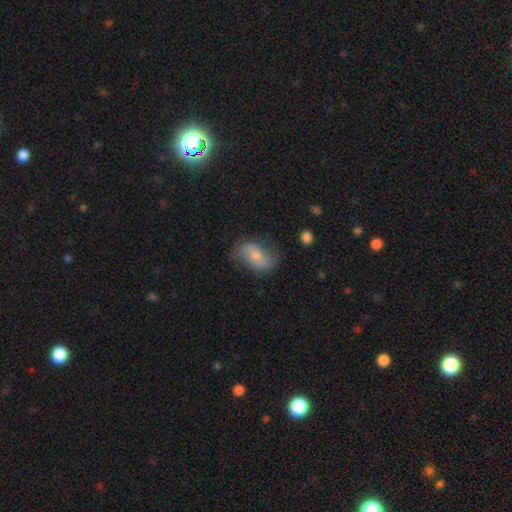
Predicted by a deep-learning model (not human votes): Q: Smooth or featured?
A: smooth (47%); runner-up: featured or disk (45%)
Q: Merging?
A: none (63%); runner-up: minor disturbance (25%)